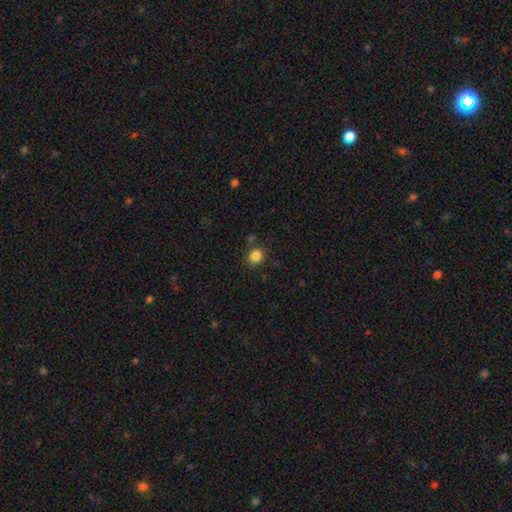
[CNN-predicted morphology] Smooth or featured? Predicted: smooth (p=0.85). How rounded? Predicted: round (p=0.89). Merging? Predicted: none (p=0.81).